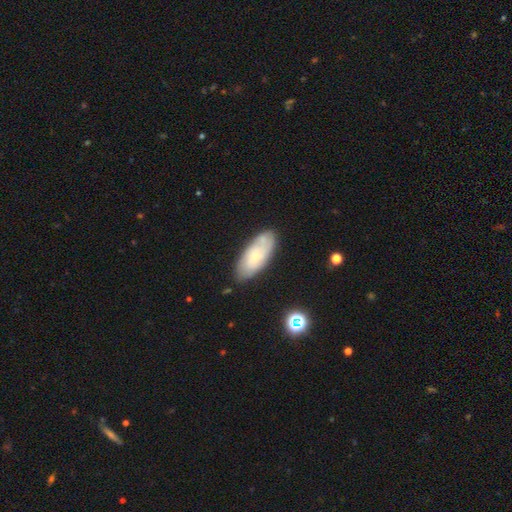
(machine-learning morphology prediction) smooth 50%, featured or disk 43%, star or artifact 7%. Down the decision tree: merging — none (76%).